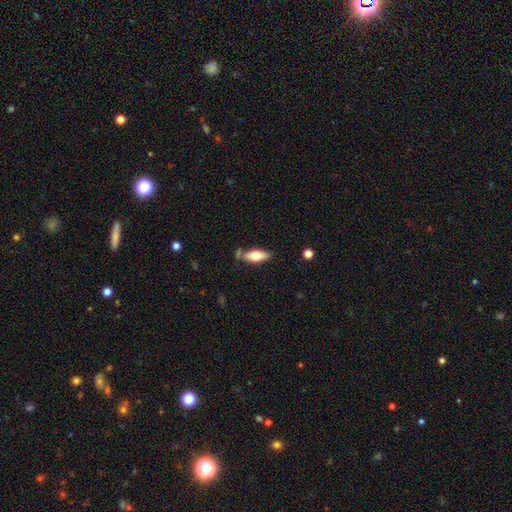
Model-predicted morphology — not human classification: The model was most divided on "smooth or featured": smooth: 64%, featured or disk: 30%, star or artifact: 6%. More confident: merging — none (72%); how rounded — in between (68%).